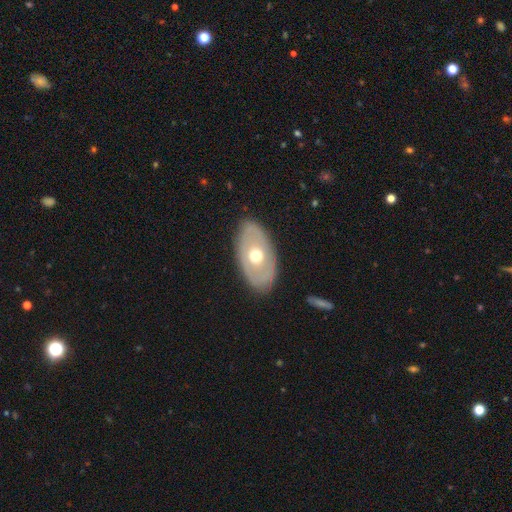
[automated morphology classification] type=featured or disk (49%); merging=none (83%).